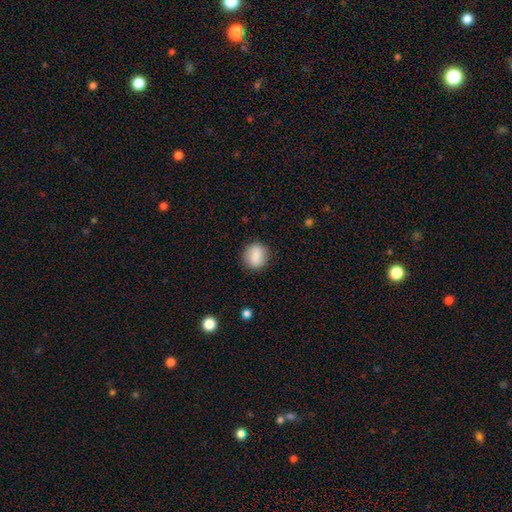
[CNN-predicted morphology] This is clearly a smooth galaxy (81%). How rounded: likely round (69%). Merging: clearly none (84%).